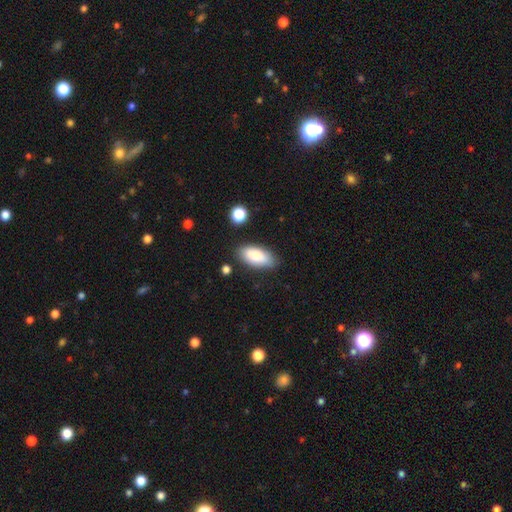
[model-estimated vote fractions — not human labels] This appears to be a smooth galaxy with no disk features (84%) that is in between round and cigar-shaped (88%). Merging: none (81%).